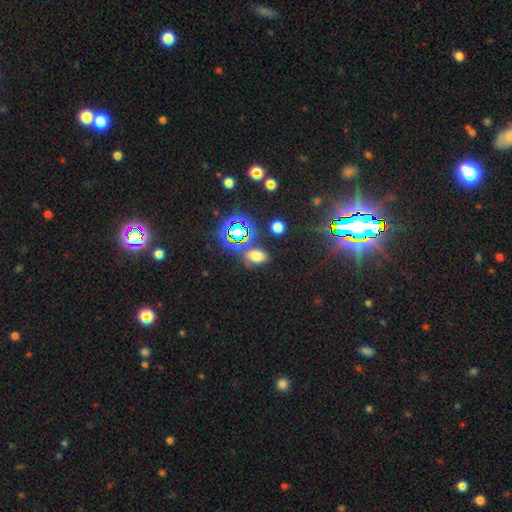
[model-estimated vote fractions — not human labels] smooth 60%, star or artifact 32%, featured or disk 8%. Down the decision tree: how rounded — in between (82%); merging — none (71%).